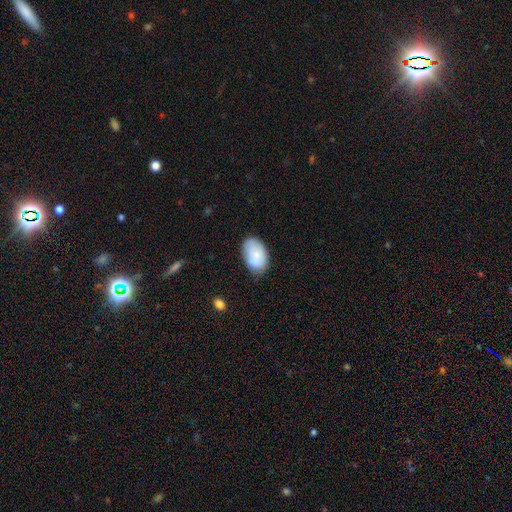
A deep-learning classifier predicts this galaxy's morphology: This is clearly a smooth galaxy (82%). How rounded: clearly in between (92%). Merging: likely none (74%).